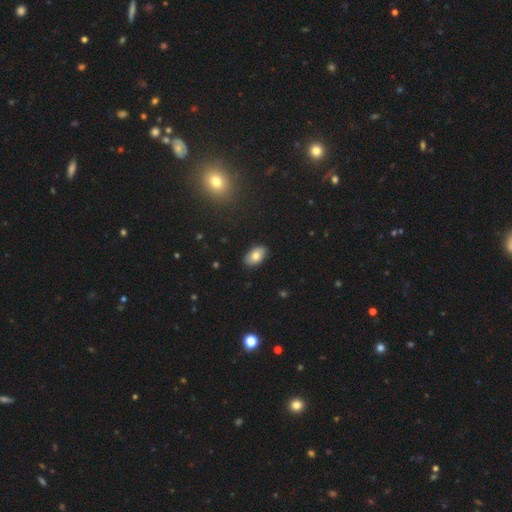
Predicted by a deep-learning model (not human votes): smooth 77%, featured or disk 15%, star or artifact 8%. Down the decision tree: how rounded — in between (93%); merging — none (87%).